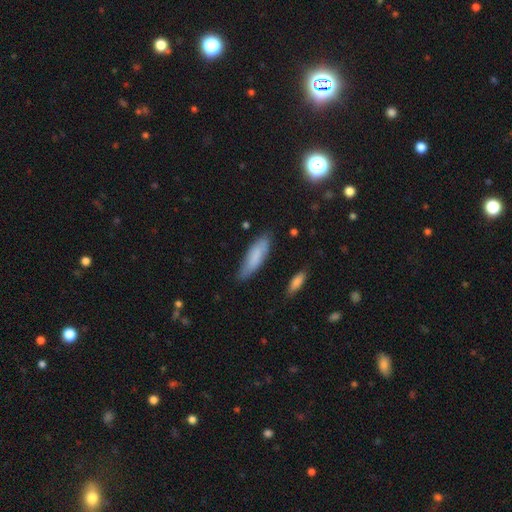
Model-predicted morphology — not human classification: Smooth or featured? smooth (79%)
How rounded? cigar-shaped (53%)
Merging? none (77%)